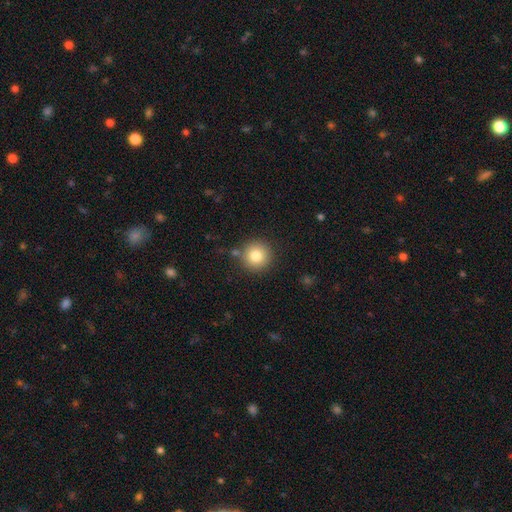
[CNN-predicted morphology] smooth_or_featured: smooth (p=0.80) [alt: star or artifact p=0.11]
how_rounded: round (p=0.95) [alt: in between p=0.04]
merging: none (p=0.85) [alt: minor disturbance p=0.08]